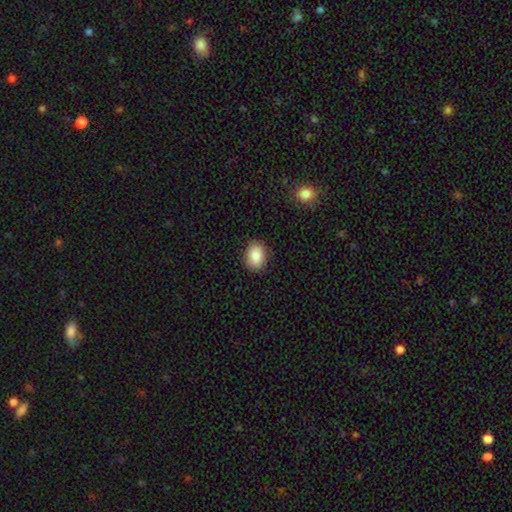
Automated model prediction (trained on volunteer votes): smooth_or_featured: smooth (p=0.85) [alt: star or artifact p=0.08]
how_rounded: in between (p=0.59) [alt: round p=0.40]
merging: none (p=0.88) [alt: minor disturbance p=0.09]